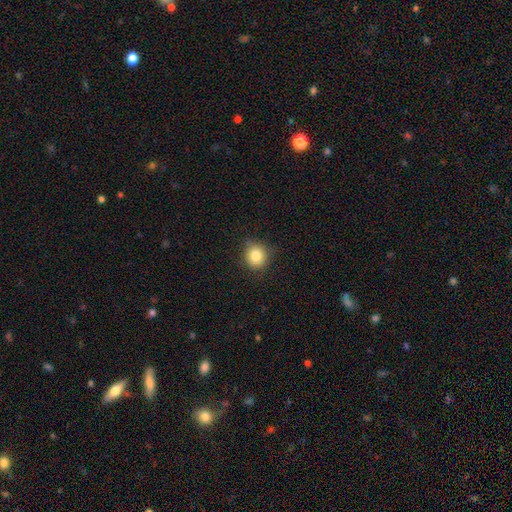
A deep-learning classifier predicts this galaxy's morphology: Smooth or featured: smooth — 82% (star or artifact — 10%)
How rounded: round — 89% (in between — 10%)
Merging: none — 85% (minor disturbance — 11%)